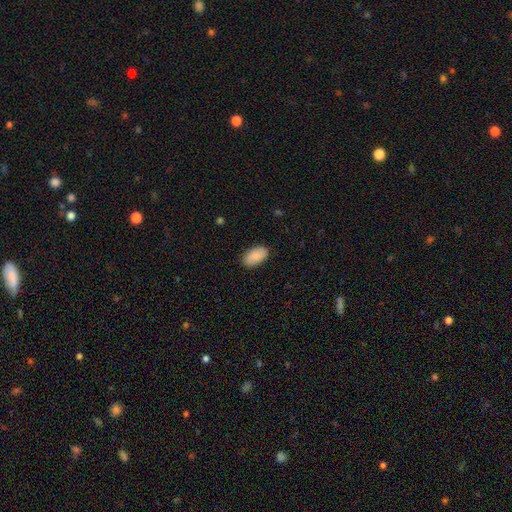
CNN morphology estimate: Smooth or featured?
  - smooth: 85% *
  - featured or disk: 9%
  - star or artifact: 6%
How rounded?
  - in between: 95% *
  - round: 3%
  - cigar-shaped: 2%
Merging?
  - none: 87% *
  - minor disturbance: 10%
  - major disturbance: 2%
  - merger: 1%